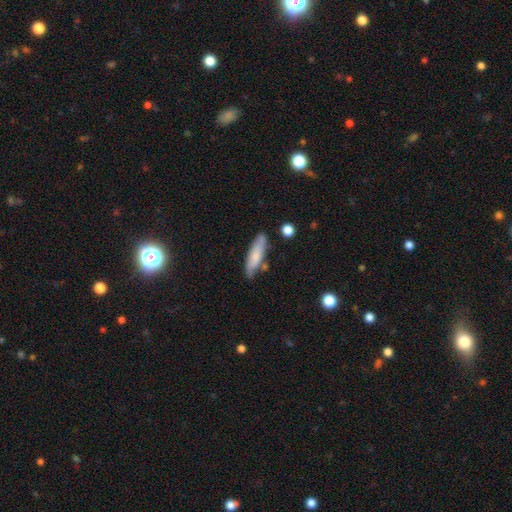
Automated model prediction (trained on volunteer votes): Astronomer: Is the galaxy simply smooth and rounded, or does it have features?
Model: smooth — 73%.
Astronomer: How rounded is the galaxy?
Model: cigar-shaped — 59% (runner-up: in between, 39%).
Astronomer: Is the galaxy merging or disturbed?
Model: none — 72%.